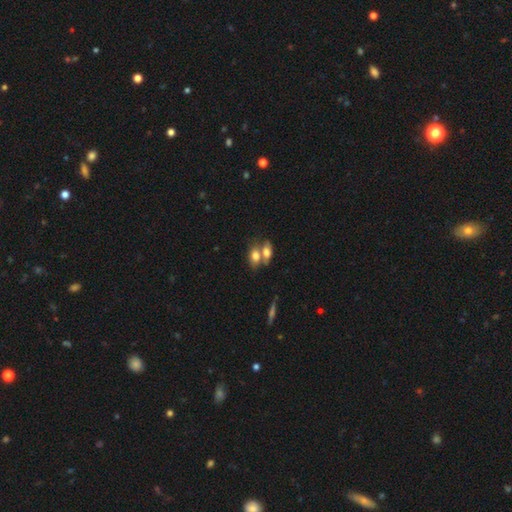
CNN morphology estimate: The model was most divided on "merging": merger: 58%, none: 30%, minor disturbance: 8%, major disturbance: 4%. More confident: how rounded — in between (81%); smooth or featured — smooth (73%).